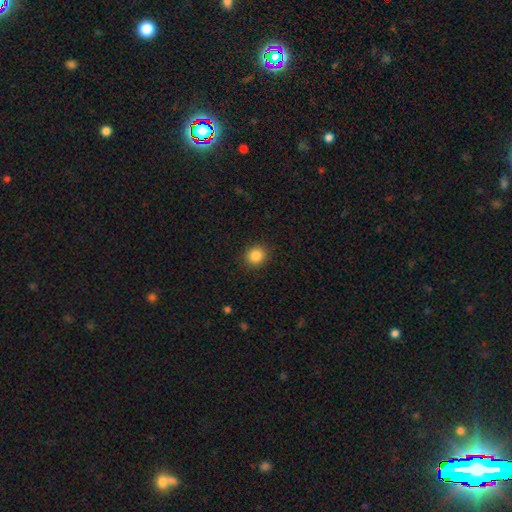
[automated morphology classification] The model was most divided on "how rounded": round: 79%, in between: 20%, cigar-shaped: 1%. More confident: merging — none (90%); smooth or featured — smooth (86%).